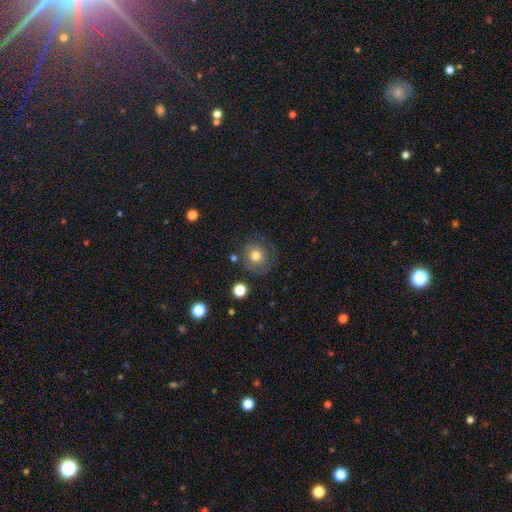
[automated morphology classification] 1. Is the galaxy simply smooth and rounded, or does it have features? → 67% smooth, 22% featured or disk, 10% star or artifact.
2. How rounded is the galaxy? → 88% round, 11% in between, 1% cigar-shaped.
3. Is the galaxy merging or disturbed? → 73% none, 16% minor disturbance, 8% major disturbance, 3% merger.